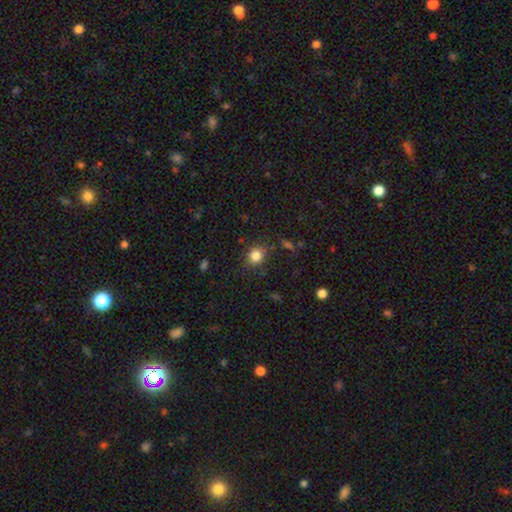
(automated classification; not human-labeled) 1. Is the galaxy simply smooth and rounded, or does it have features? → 82% smooth, 12% star or artifact, 6% featured or disk.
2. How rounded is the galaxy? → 70% round, 29% in between, 1% cigar-shaped.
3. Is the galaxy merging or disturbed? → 81% none, 13% minor disturbance, 4% major disturbance, 2% merger.